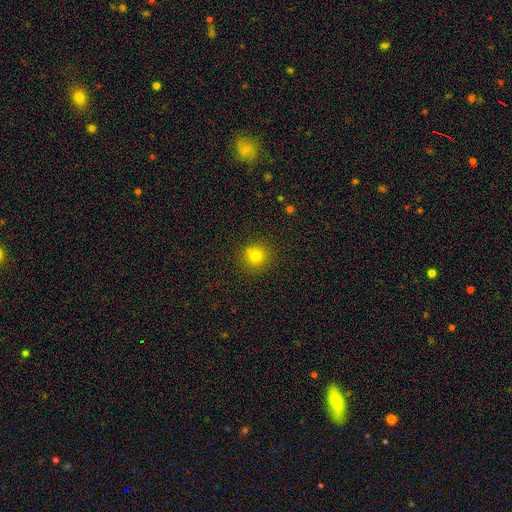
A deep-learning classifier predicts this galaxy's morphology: Q: Smooth or featured?
A: smooth (76%); runner-up: star or artifact (16%)
Q: How rounded?
A: round (92%); runner-up: in between (7%)
Q: Merging?
A: none (75%); runner-up: merger (12%)